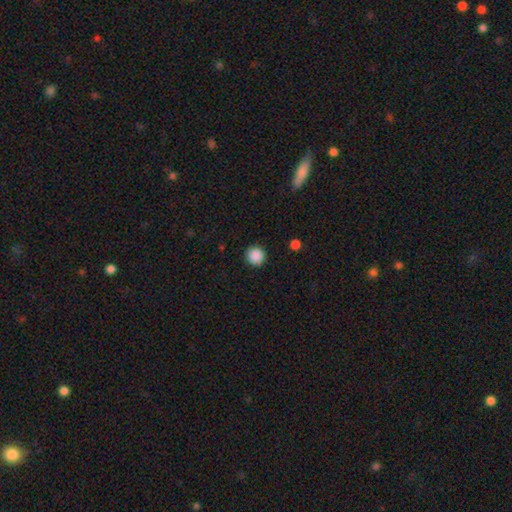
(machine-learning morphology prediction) Smooth or featured?
  - smooth: 89% *
  - star or artifact: 9%
  - featured or disk: 2%
How rounded?
  - round: 96% *
  - in between: 3%
  - cigar-shaped: 1%
Merging?
  - none: 92% *
  - minor disturbance: 5%
  - major disturbance: 2%
  - merger: 1%